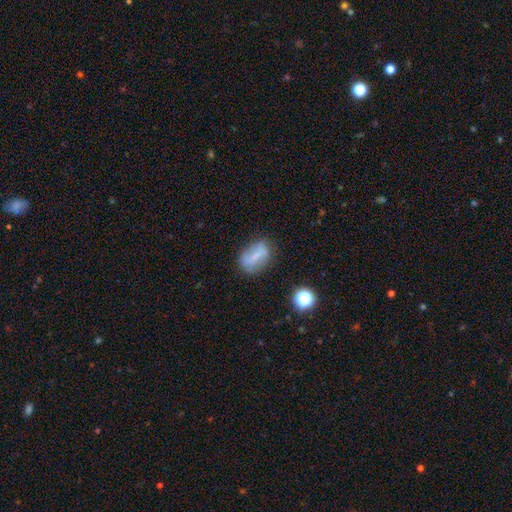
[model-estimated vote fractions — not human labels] The model was most divided on "smooth or featured": smooth: 51%, featured or disk: 38%, star or artifact: 11%. More confident: how rounded — in between (79%); merging — none (70%).